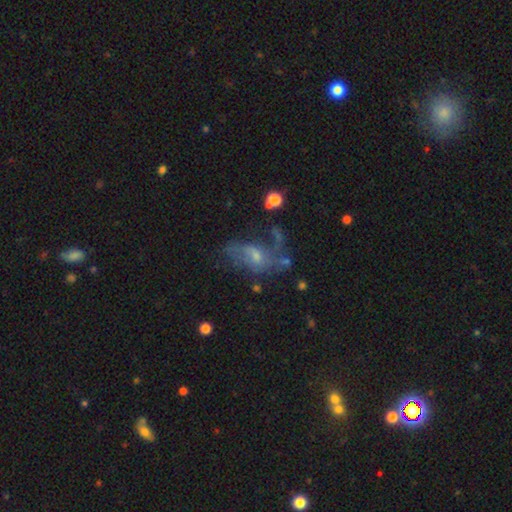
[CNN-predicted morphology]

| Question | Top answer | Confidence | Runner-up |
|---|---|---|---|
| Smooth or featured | featured or disk | 62% | smooth (21%) |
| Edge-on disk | no | 94% | yes (6%) |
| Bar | no | 58% | weak (34%) |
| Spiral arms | yes | 68% | no (32%) |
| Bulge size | small | 53% | moderate (34%) |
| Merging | none | 40% | major disturbance (32%) |